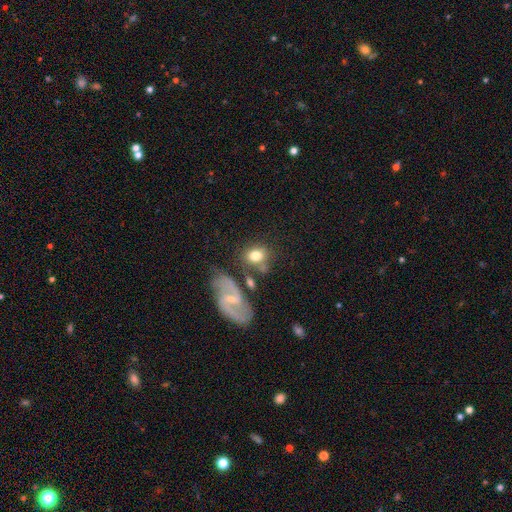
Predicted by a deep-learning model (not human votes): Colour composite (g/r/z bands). It shows a smooth galaxy with no disk features (65%) that is in between round and cigar-shaped (54%). Merging: none (57%).